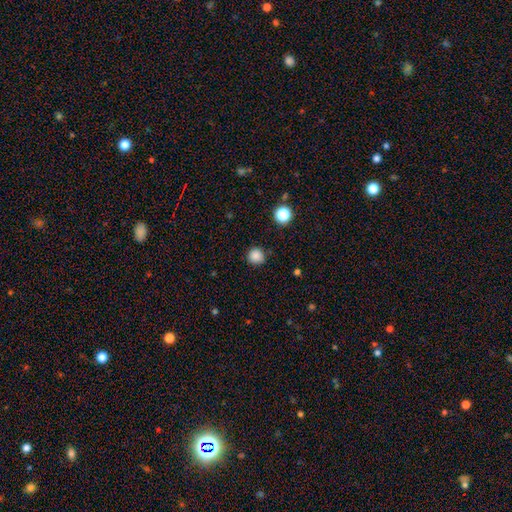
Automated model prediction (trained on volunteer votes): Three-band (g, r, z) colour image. It shows a smooth galaxy with no disk features (85%) that is round (94%). Merging: none (88%).